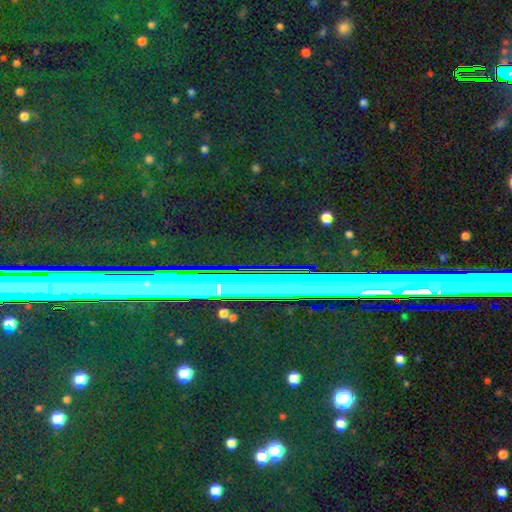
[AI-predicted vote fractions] Overall: star or artifact (66%).